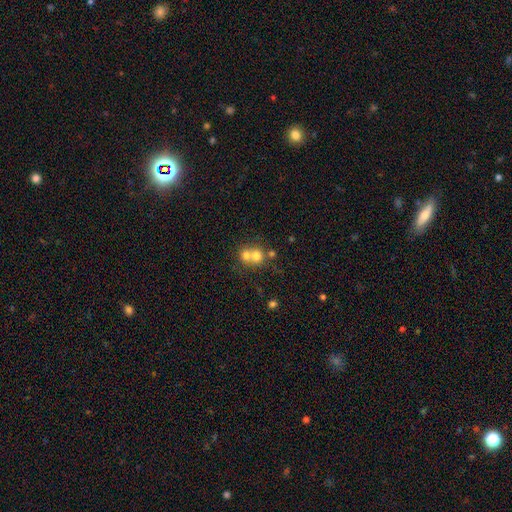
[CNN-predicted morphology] This appears to be a smooth galaxy with no disk features (68%) that is round (82%). Merging: merger (62%).